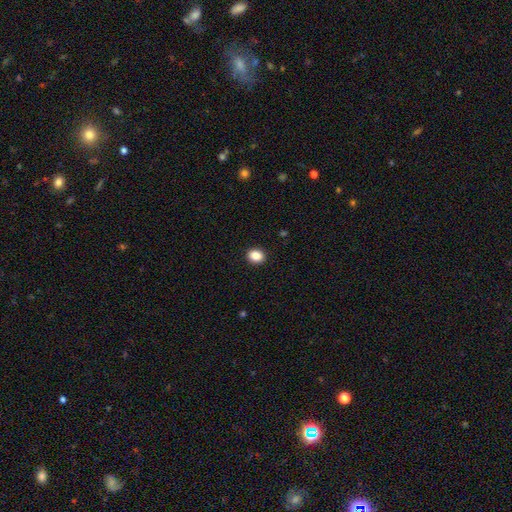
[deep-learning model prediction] Morphology: type=smooth (87%); roundness=round (53%); merging=none (92%).